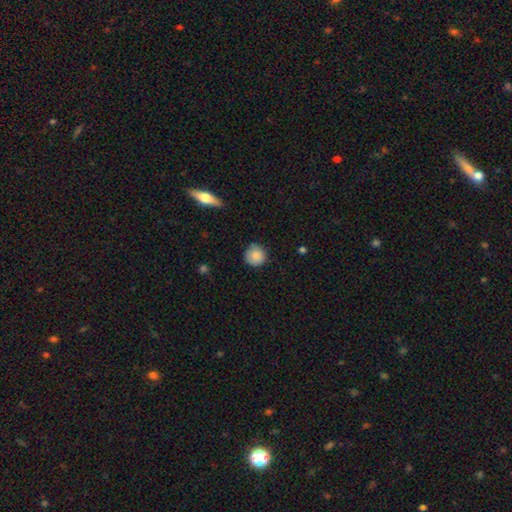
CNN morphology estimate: Smooth or featured? smooth (85%)
How rounded? round (93%)
Merging? none (78%)